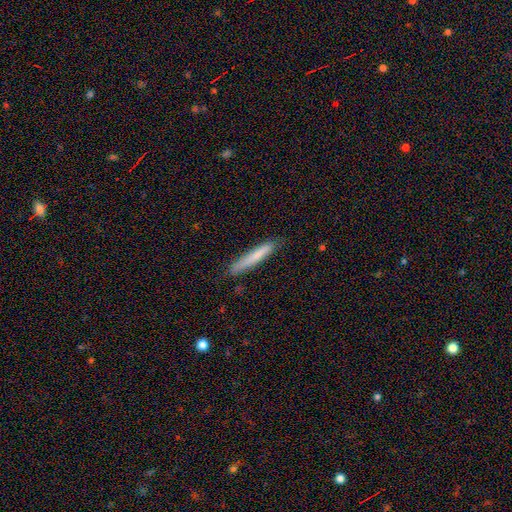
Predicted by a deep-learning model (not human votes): Morphology: type=smooth (74%); roundness=cigar-shaped (95%); merging=none (84%).